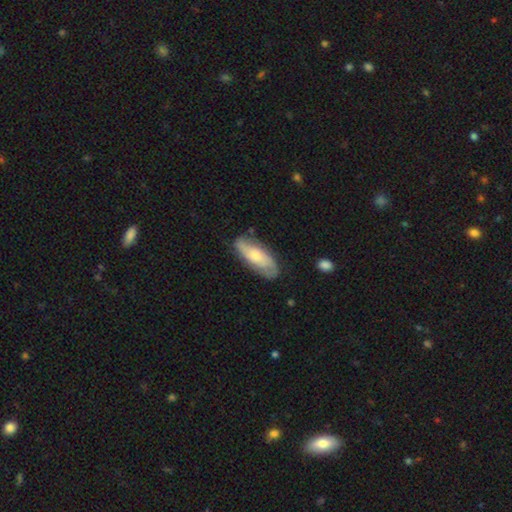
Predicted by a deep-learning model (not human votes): This appears to be a featured or disk galaxy (52%). Merging: none (74%).